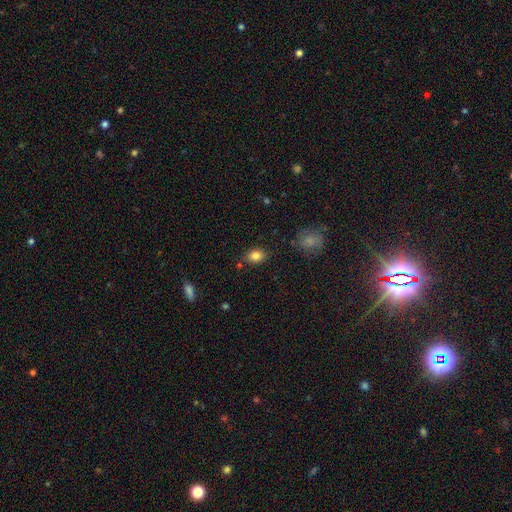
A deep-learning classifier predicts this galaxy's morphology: type=smooth (83%); roundness=in between (71%); merging=none (82%).